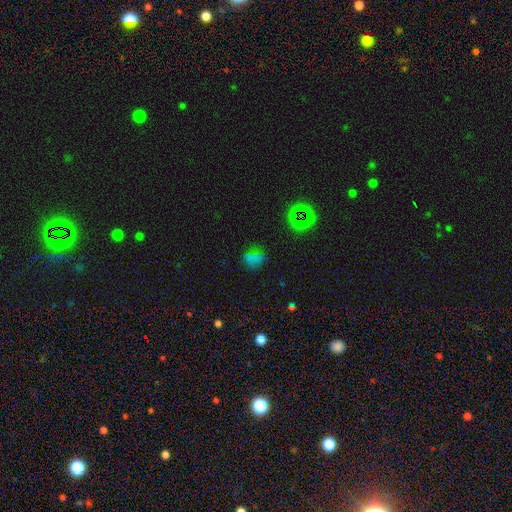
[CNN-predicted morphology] Smooth or featured? Predicted: smooth (p=0.52). How rounded? Predicted: in between (p=0.49). Merging? Predicted: none (p=0.71).